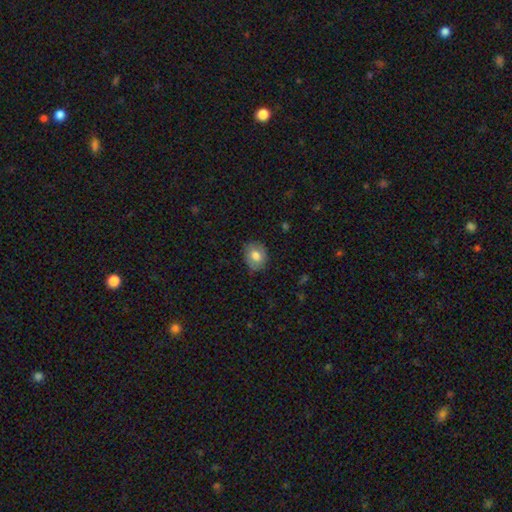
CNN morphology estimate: Smooth or featured? Predicted: smooth (p=0.75). How rounded? Predicted: round (p=0.60). Merging? Predicted: none (p=0.79).